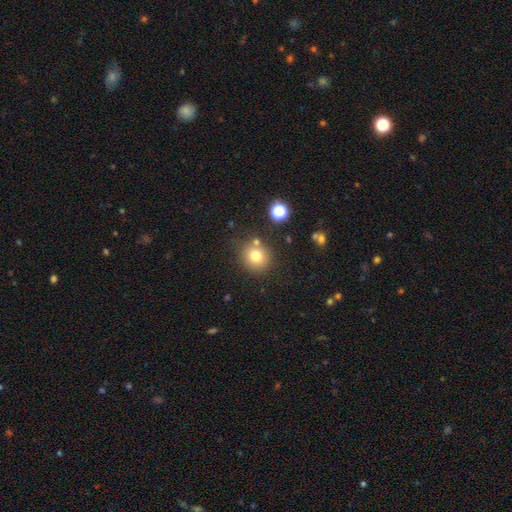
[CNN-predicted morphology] Smooth or featured? Predicted: smooth (p=0.77). How rounded? Predicted: round (p=0.88). Merging? Predicted: none (p=0.77).